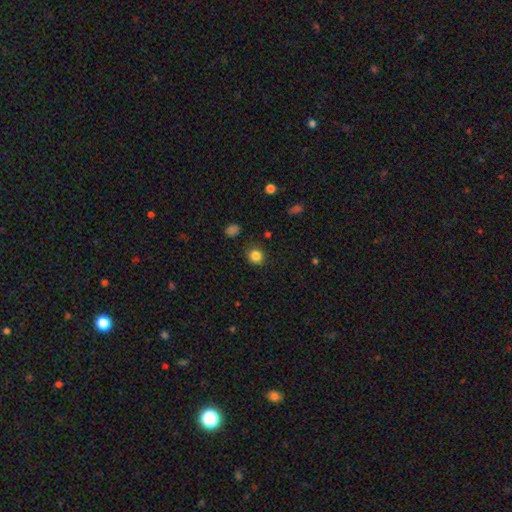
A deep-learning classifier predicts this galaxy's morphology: A smooth galaxy with no disk features (84%) that is round (84%). Merging: none (86%).